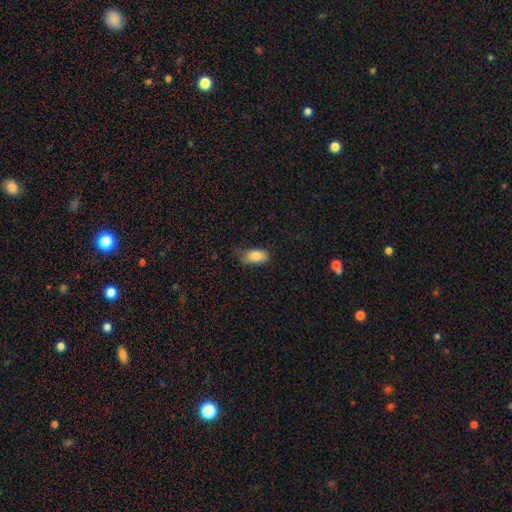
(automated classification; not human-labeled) Morphology: type=smooth (84%); roundness=in between (91%); merging=none (56%).